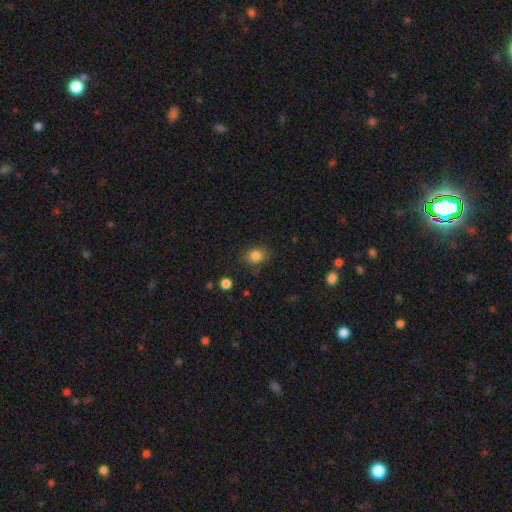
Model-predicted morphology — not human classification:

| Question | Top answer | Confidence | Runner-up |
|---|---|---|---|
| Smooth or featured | smooth | 83% | star or artifact (11%) |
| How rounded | round | 50% | in between (49%) |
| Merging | none | 79% | minor disturbance (15%) |